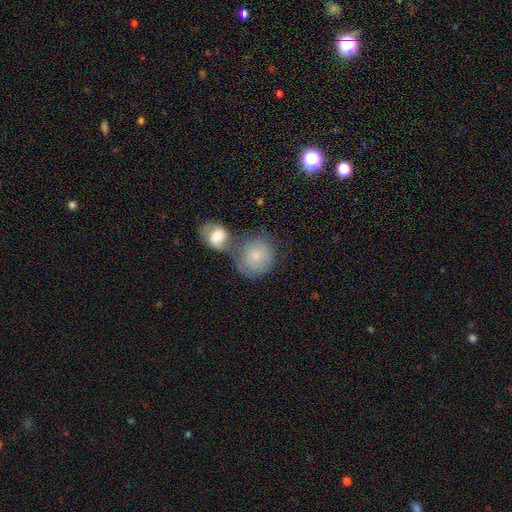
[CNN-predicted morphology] type=smooth (62%); roundness=round (80%); merging=merger (42%).